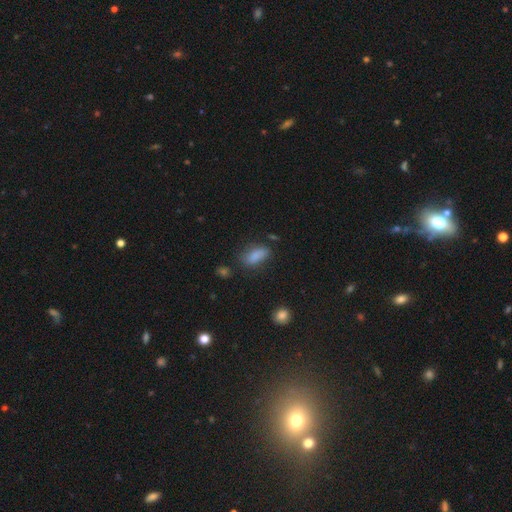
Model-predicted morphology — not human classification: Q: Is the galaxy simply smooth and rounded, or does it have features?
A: smooth — 84%.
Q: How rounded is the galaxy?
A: in between — 82%.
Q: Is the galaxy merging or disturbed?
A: none — 67%.